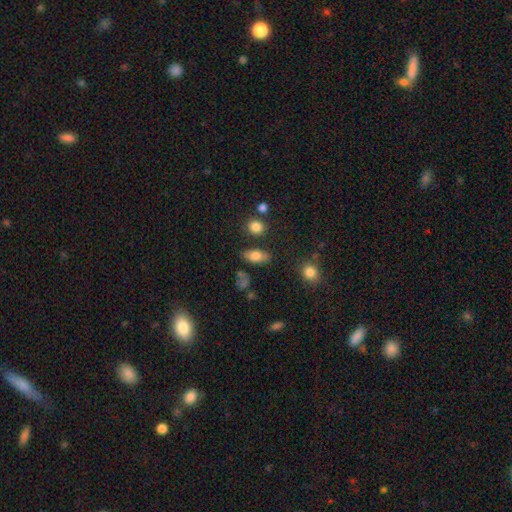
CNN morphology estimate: Smooth or featured: smooth — 78% (featured or disk — 12%)
How rounded: in between — 83% (round — 11%)
Merging: none — 77% (minor disturbance — 13%)